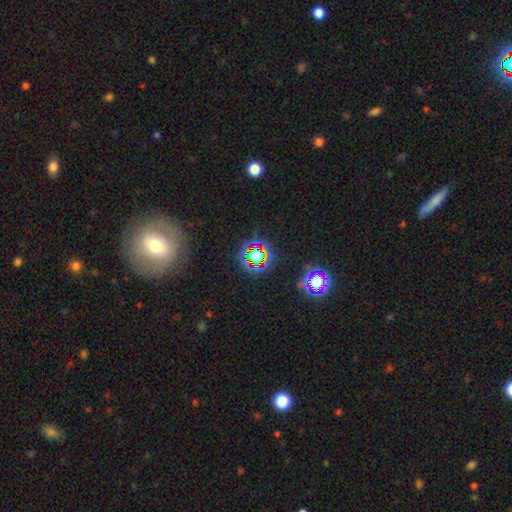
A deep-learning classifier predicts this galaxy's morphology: smooth_or_featured: star or artifact (p=0.68) [alt: smooth p=0.19]